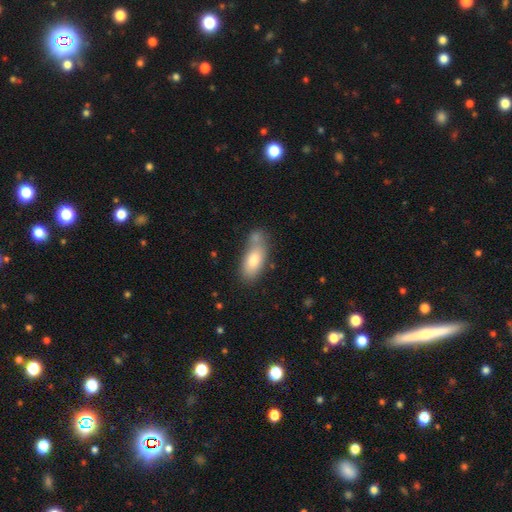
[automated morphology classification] Smooth or featured? smooth (76%)
How rounded? in between (83%)
Merging? none (50%)